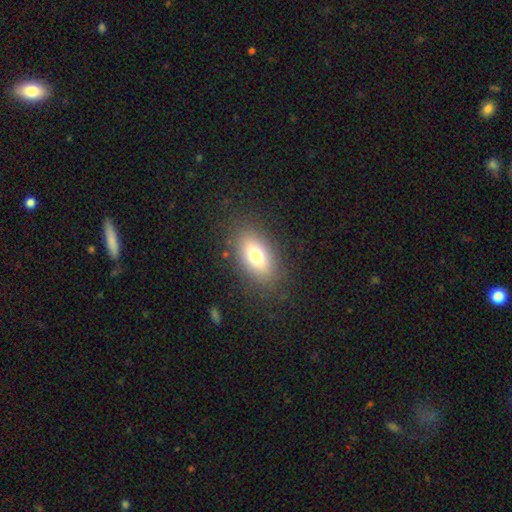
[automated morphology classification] A smooth galaxy with no disk features (71%) that is in between round and cigar-shaped (85%). Merging: none (84%).